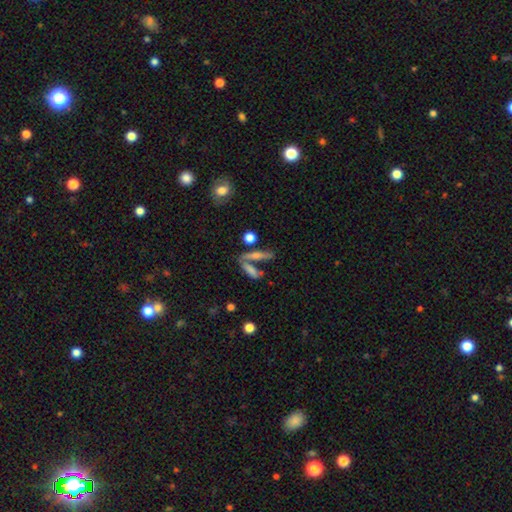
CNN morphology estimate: This appears to be a smooth galaxy with no disk features (51%) that is cigar-shaped (71%). Merging: none (49%).